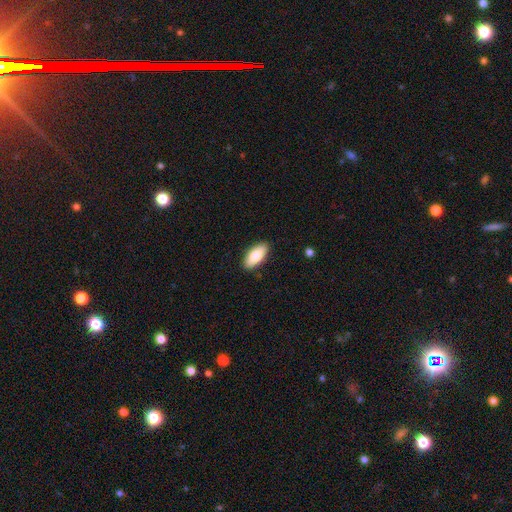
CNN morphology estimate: Smooth or featured? smooth (80%)
How rounded? in between (84%)
Merging? none (89%)